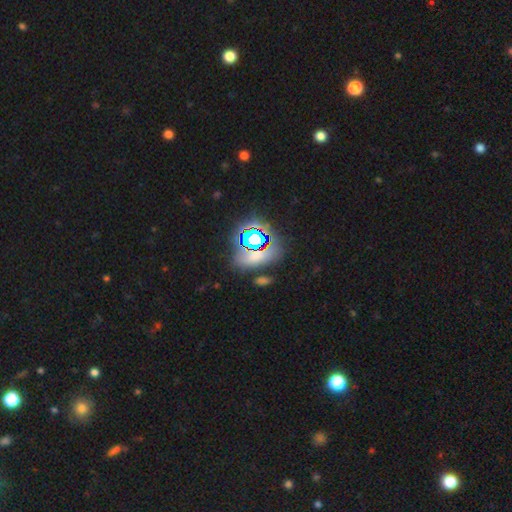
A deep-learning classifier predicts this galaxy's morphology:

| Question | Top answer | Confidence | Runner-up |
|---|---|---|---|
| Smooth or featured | star or artifact | 49% | smooth (38%) |